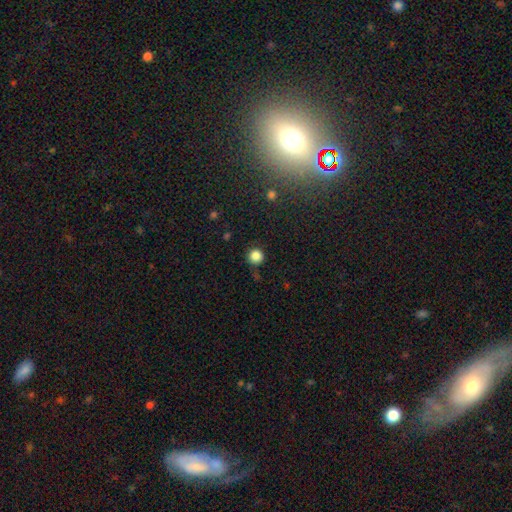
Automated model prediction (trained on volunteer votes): Smooth or featured? smooth (85%)
How rounded? round (95%)
Merging? none (87%)